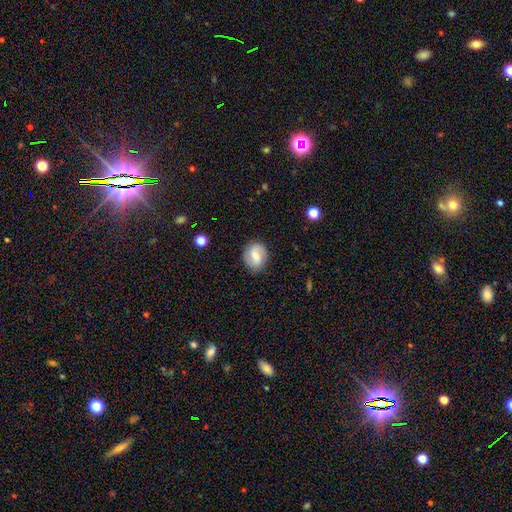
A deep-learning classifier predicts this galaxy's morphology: Smooth or featured? smooth (55%)
How rounded? round (56%)
Merging? none (84%)